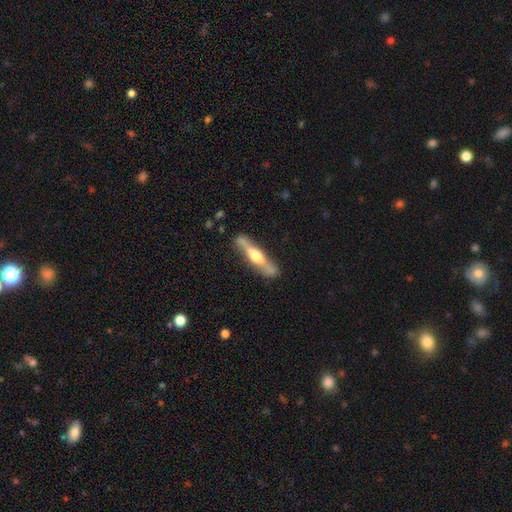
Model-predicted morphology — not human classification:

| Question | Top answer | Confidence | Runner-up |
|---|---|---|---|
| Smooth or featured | featured or disk | 60% | smooth (35%) |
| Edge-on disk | yes | 91% | no (9%) |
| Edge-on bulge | rounded | 87% | boxy (8%) |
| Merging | none | 80% | minor disturbance (13%) |